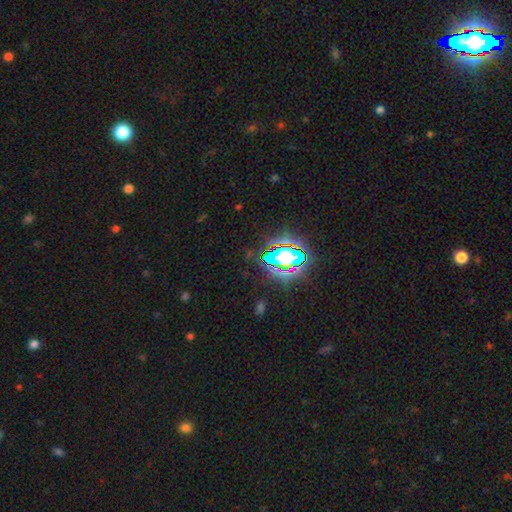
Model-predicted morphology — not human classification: A star or artifact, not a galaxy (77%).

Vote fractions:
- Smooth or featured? star or artifact: 77% / smooth: 13% / featured or disk: 9%